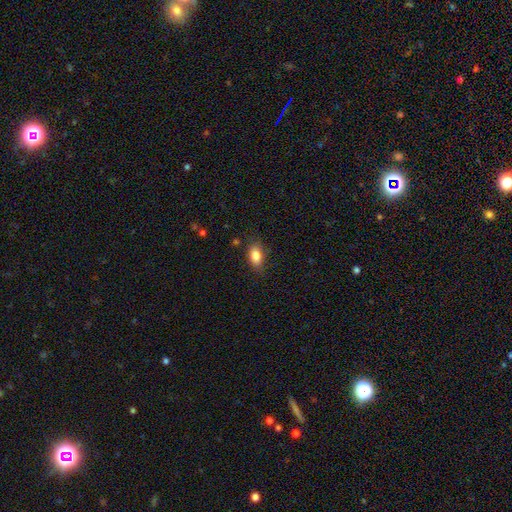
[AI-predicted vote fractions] The model was most divided on "merging": none: 77%, minor disturbance: 18%, major disturbance: 4%, merger: 2%. More confident: how rounded — in between (87%); smooth or featured — smooth (85%).